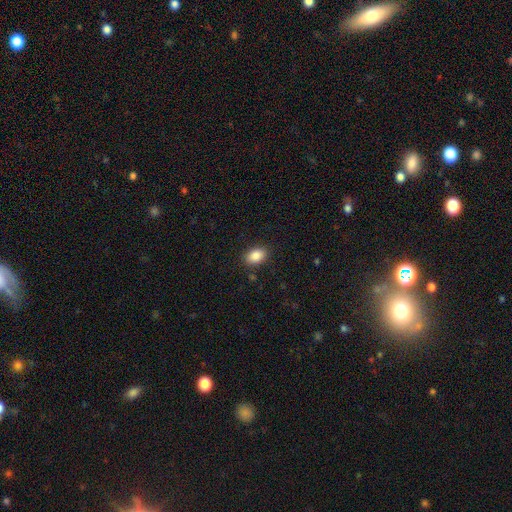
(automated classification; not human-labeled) smooth-or-featured: smooth: 87% | star or artifact: 8% | featured or disk: 5%
  how-rounded: in between: 83% | round: 16% | cigar-shaped: 1%
  merging: none: 87% | minor disturbance: 9% | major disturbance: 2% | merger: 1%